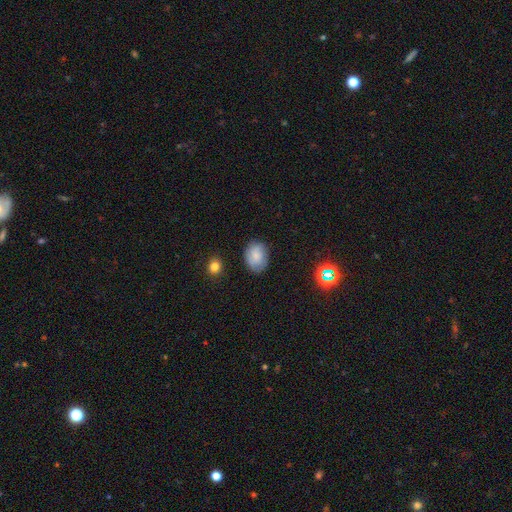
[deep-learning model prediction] Smooth or featured: smooth — 79% (featured or disk — 12%)
How rounded: in between — 70% (round — 29%)
Merging: none — 80% (minor disturbance — 15%)